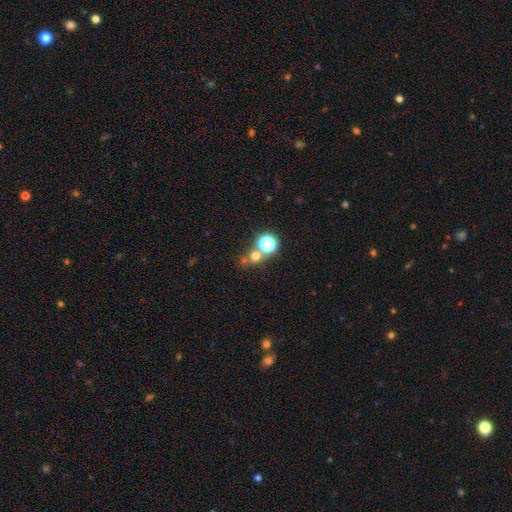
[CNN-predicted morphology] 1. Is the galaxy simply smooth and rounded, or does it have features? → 60% smooth, 30% star or artifact, 9% featured or disk.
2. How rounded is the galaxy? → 87% round, 12% in between, 1% cigar-shaped.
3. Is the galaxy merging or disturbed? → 60% none, 28% merger, 7% minor disturbance, 4% major disturbance.